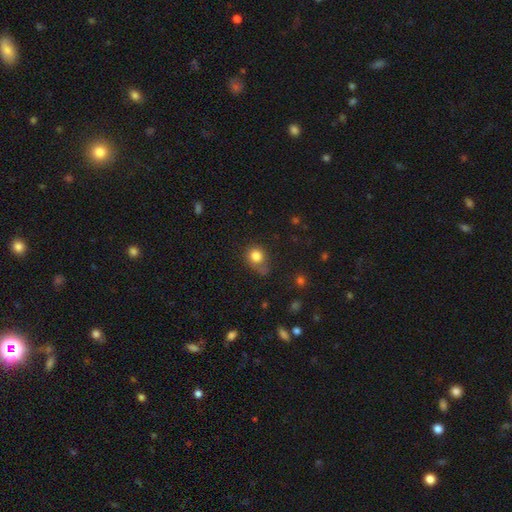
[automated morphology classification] Smooth or featured? smooth (82%)
How rounded? round (75%)
Merging? none (52%)